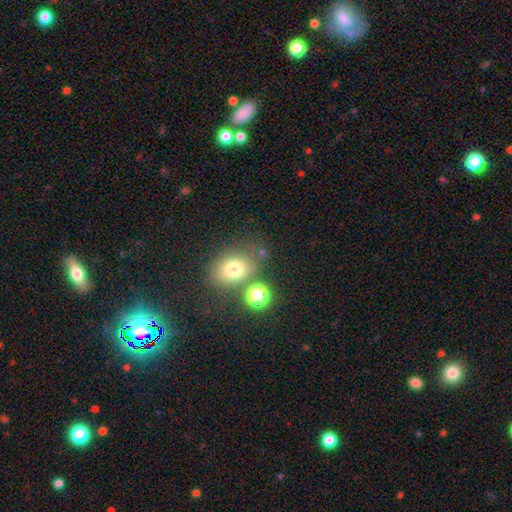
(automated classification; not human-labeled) smooth_or_featured: smooth (p=0.62) [alt: star or artifact p=0.28]
how_rounded: in between (p=0.51) [alt: round p=0.48]
merging: none (p=0.71) [alt: merger p=0.13]